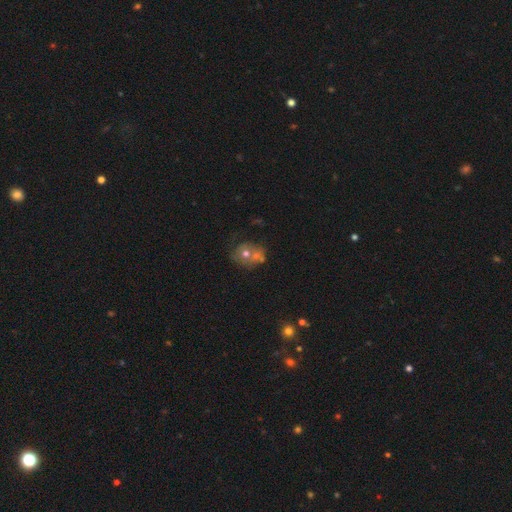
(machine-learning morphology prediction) Smooth or featured? Predicted: smooth (p=0.45). Merging? Predicted: none (p=0.46).